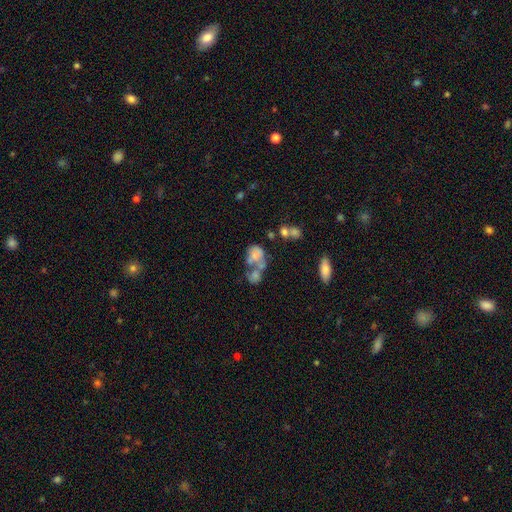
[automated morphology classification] smooth-or-featured: smooth: 56% | featured or disk: 32% | star or artifact: 12%
  how-rounded: in between: 59% | round: 39% | cigar-shaped: 2%
  merging: merger: 55% | none: 18% | major disturbance: 15% | minor disturbance: 11%